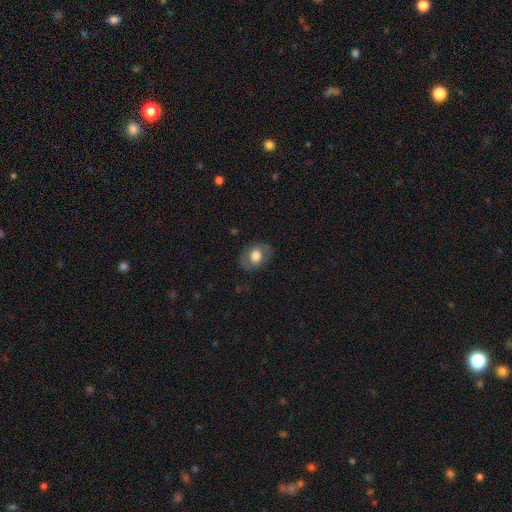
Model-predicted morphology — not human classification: Smooth or featured? Predicted: smooth (p=0.64). How rounded? Predicted: in between (p=0.72). Merging? Predicted: none (p=0.79).